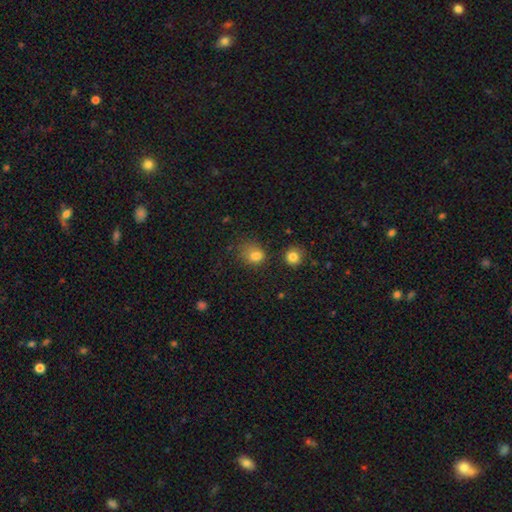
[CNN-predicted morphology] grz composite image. It shows a smooth galaxy with no disk features (78%) that is round (59%). Merging: none (51%).